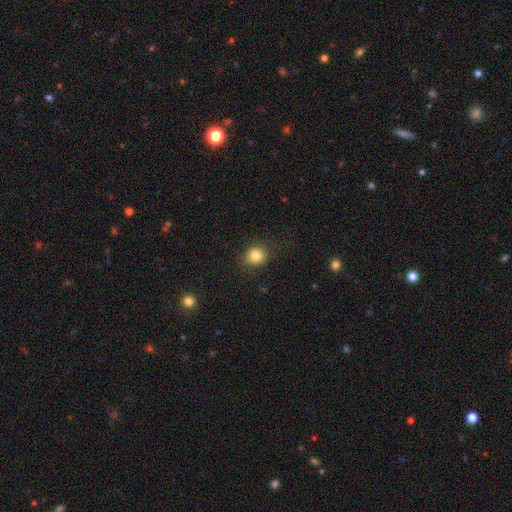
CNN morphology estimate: smooth 83%, star or artifact 11%, featured or disk 6%. Down the decision tree: how rounded — round (74%); merging — none (85%).